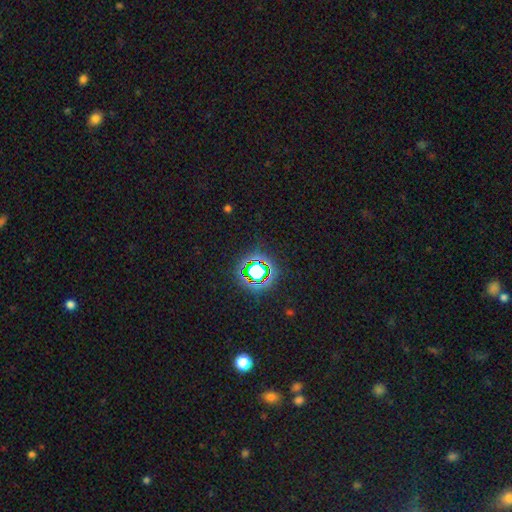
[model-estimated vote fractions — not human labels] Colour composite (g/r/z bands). It shows a star or artifact, not a galaxy (79%).